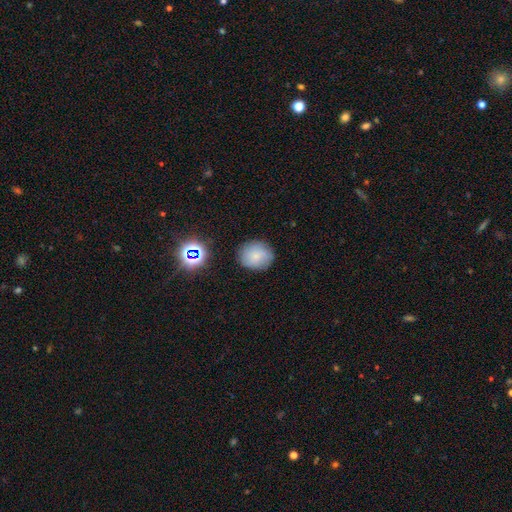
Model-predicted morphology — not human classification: Smooth or featured: smooth — 73% (featured or disk — 14%)
How rounded: round — 77% (in between — 22%)
Merging: none — 82% (minor disturbance — 12%)